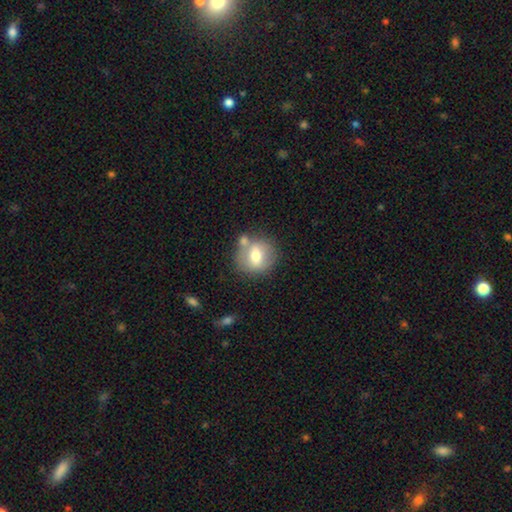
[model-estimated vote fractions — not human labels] This is likely a smooth galaxy (62%). How rounded: clearly round (81%). Merging: likely none (63%).